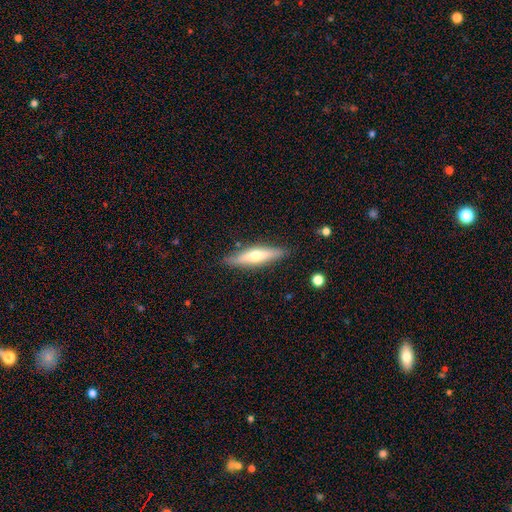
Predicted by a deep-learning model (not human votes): smooth_or_featured: featured or disk (p=0.49) [alt: smooth p=0.45]
merging: none (p=0.86) [alt: minor disturbance p=0.10]